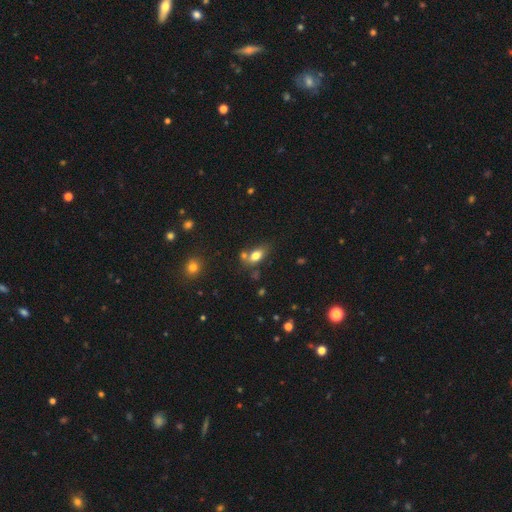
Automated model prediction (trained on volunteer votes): smooth-or-featured: smooth: 78% | featured or disk: 12% | star or artifact: 10%
  how-rounded: in between: 85% | round: 9% | cigar-shaped: 6%
  merging: none: 55% | merger: 23% | minor disturbance: 16% | major disturbance: 5%